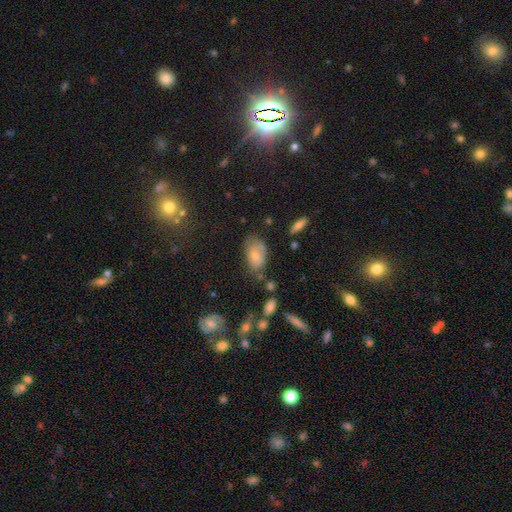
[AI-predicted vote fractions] smooth-or-featured: smooth: 68% | featured or disk: 23% | star or artifact: 9%
  how-rounded: in between: 92% | round: 6% | cigar-shaped: 2%
  merging: none: 47% | minor disturbance: 32% | major disturbance: 14% | merger: 7%